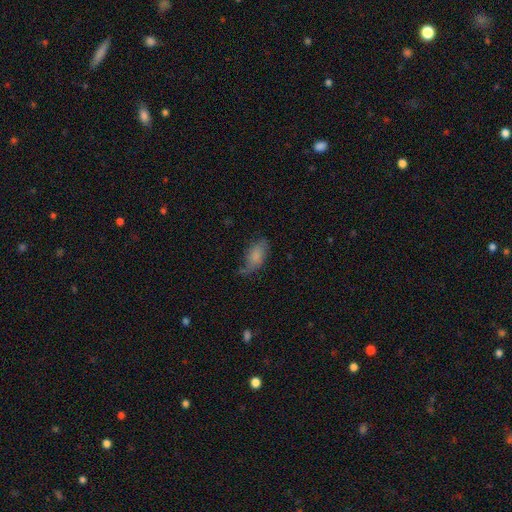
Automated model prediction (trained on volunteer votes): smooth 73%, featured or disk 19%, star or artifact 8%. Down the decision tree: how rounded — in between (91%); merging — none (54%).